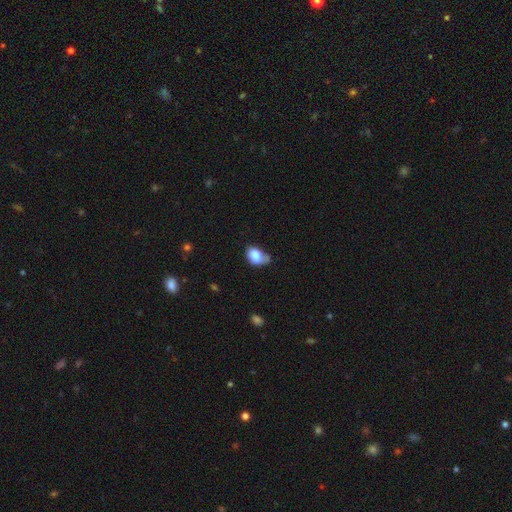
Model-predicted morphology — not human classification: This appears to be a smooth galaxy with no disk features (82%) that is in between round and cigar-shaped (77%). Merging: minor disturbance (38%, tied with none).